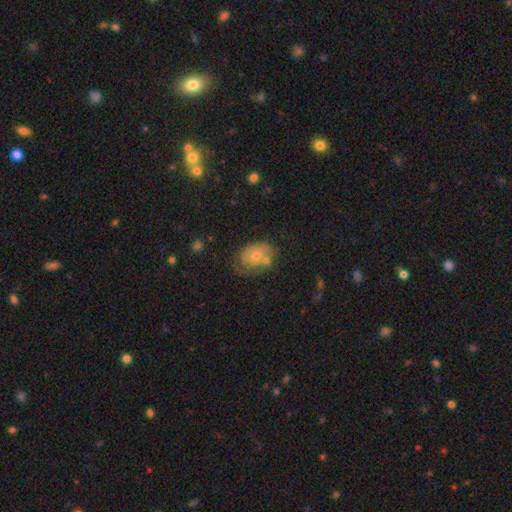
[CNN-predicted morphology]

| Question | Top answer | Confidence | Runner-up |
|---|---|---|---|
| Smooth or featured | smooth | 51% | featured or disk (35%) |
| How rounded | in between | 73% | round (26%) |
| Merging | none | 52% | minor disturbance (25%) |